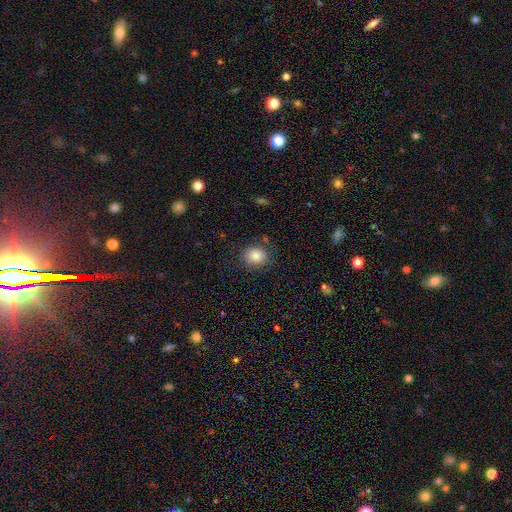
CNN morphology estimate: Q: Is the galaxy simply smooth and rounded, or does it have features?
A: smooth — 85%.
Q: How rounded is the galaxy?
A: round — 61%.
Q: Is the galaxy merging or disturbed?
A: none — 83%.